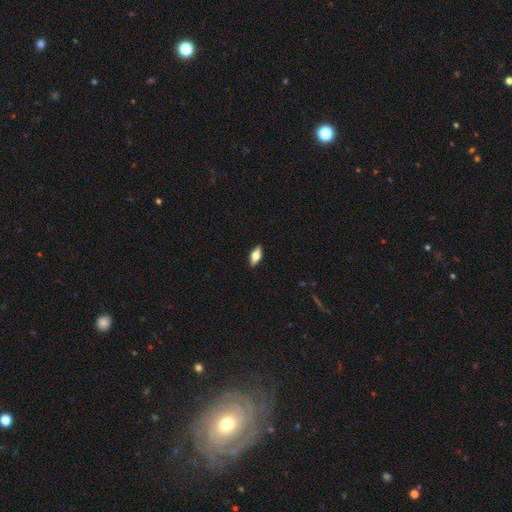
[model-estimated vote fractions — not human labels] Q: Smooth or featured?
A: smooth (59%); runner-up: featured or disk (35%)
Q: How rounded?
A: in between (77%); runner-up: cigar-shaped (19%)
Q: Merging?
A: none (90%); runner-up: minor disturbance (8%)